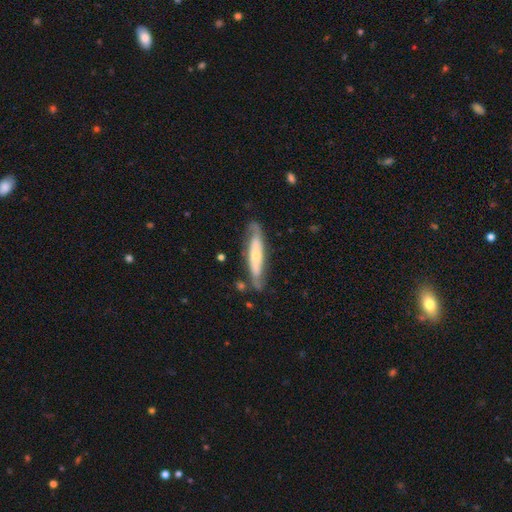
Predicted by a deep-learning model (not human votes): The model was most divided on "edge-on disk": yes: 51%, no: 49%. More confident: merging — none (70%); smooth or featured — featured or disk (59%).